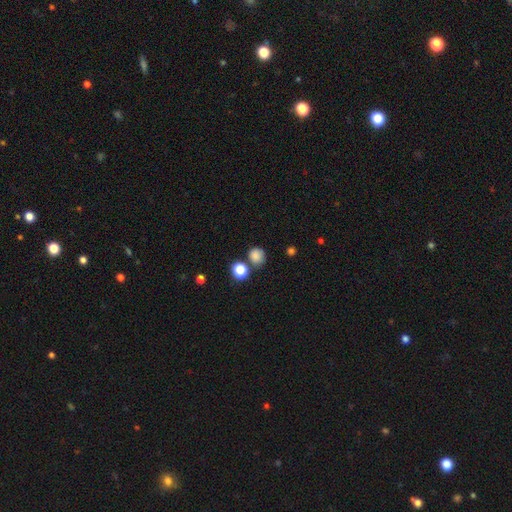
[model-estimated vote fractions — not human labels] Q: Smooth or featured?
A: smooth (82%); runner-up: star or artifact (13%)
Q: How rounded?
A: round (82%); runner-up: in between (17%)
Q: Merging?
A: none (71%); runner-up: merger (13%)